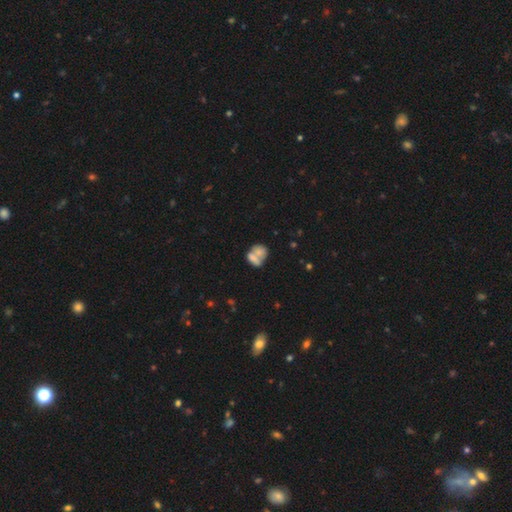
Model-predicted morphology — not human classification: smooth 65%, featured or disk 26%, star or artifact 9%. Down the decision tree: how rounded — in between (57%); merging — merger (61%).